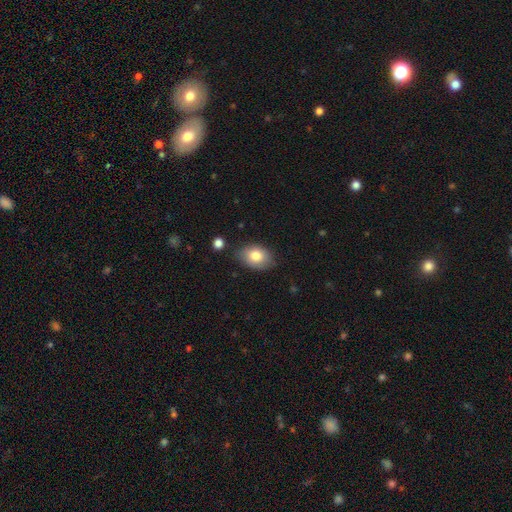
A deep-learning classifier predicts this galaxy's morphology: A smooth galaxy with no disk features (81%) that is in between round and cigar-shaped (78%). Merging: none (77%).